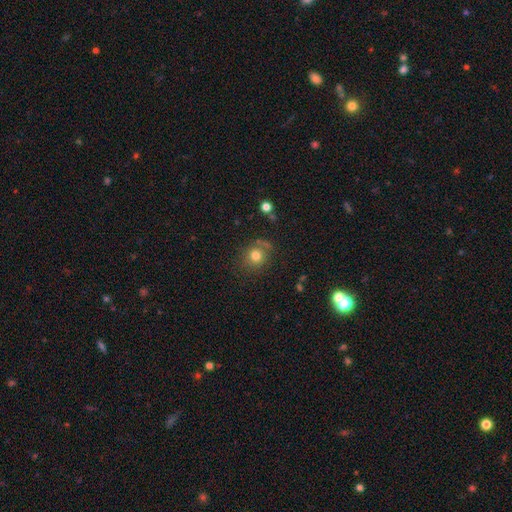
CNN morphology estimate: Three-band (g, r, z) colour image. It shows a smooth galaxy with no disk features (77%) that is round (82%). Merging: none (72%).